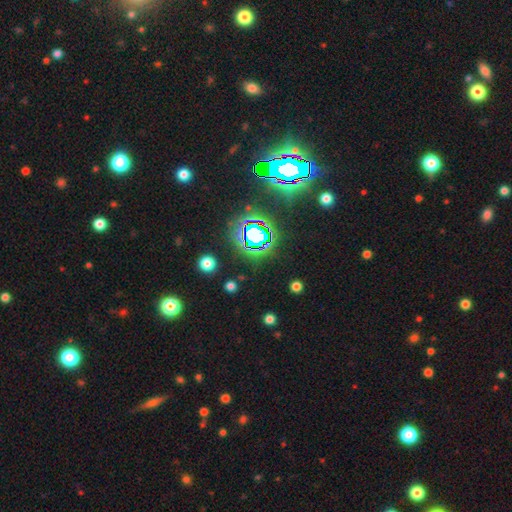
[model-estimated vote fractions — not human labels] Smooth or featured? Predicted: star or artifact (p=0.78).